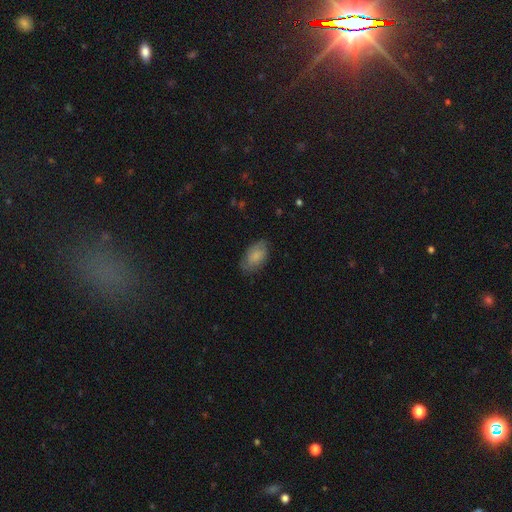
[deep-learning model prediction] Smooth or featured? Predicted: smooth (p=0.75). How rounded? Predicted: in between (p=0.92). Merging? Predicted: none (p=0.73).